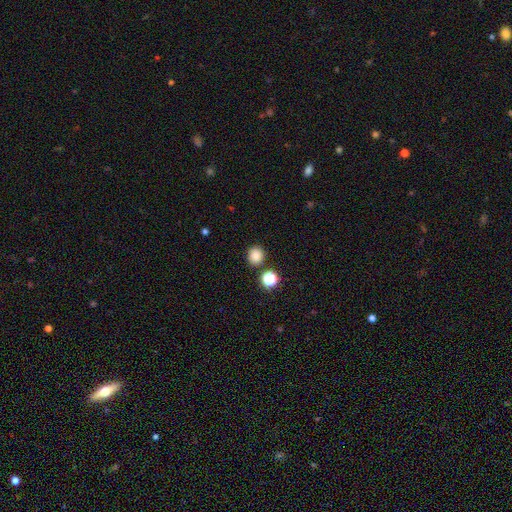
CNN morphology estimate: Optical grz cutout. It shows a smooth galaxy with no disk features (83%) that is round (86%). Merging: none (86%).